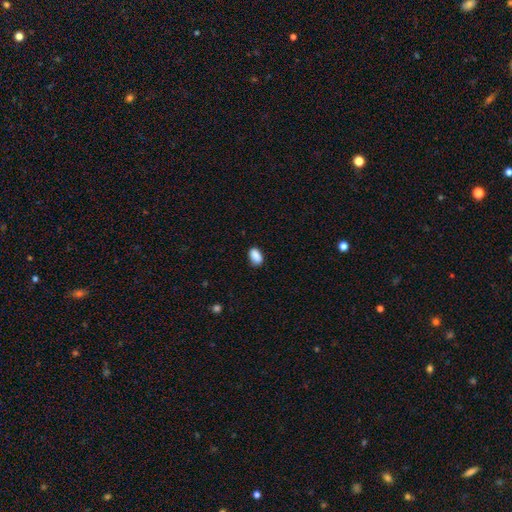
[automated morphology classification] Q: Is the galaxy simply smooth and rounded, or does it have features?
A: smooth — 89%.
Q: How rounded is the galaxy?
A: in between — 90%.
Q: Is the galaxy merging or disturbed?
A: none — 81%.